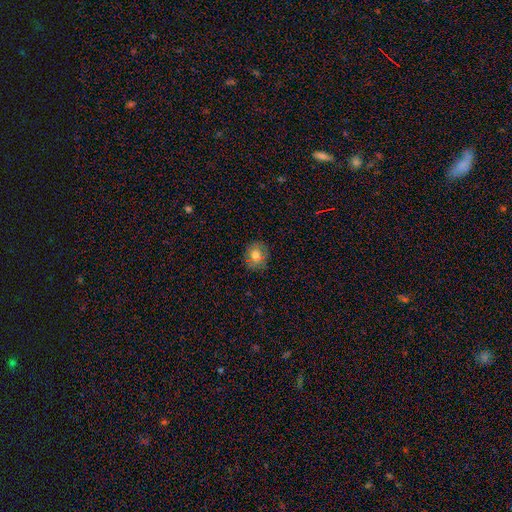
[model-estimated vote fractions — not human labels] The model was most divided on "how rounded": round: 65%, in between: 34%, cigar-shaped: 1%. More confident: merging — none (82%); smooth or featured — smooth (75%).